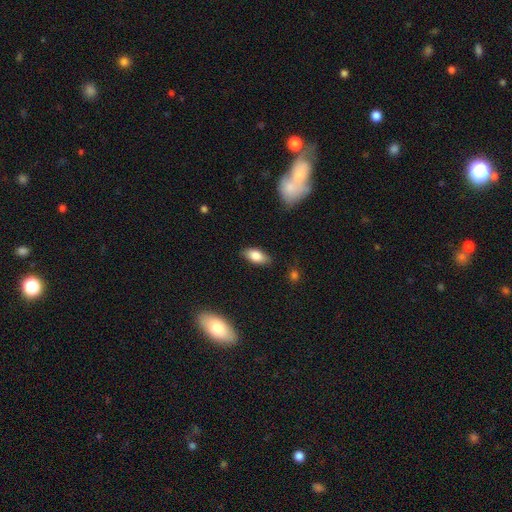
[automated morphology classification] Smooth or featured?
  - smooth: 81% *
  - featured or disk: 12%
  - star or artifact: 7%
How rounded?
  - in between: 89% *
  - cigar-shaped: 8%
  - round: 3%
Merging?
  - none: 83% *
  - minor disturbance: 13%
  - major disturbance: 3%
  - merger: 1%